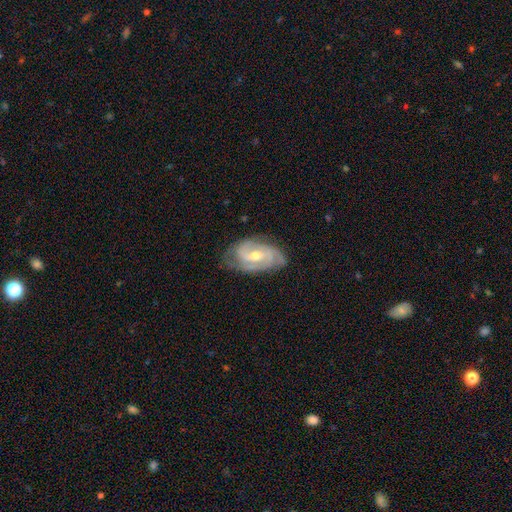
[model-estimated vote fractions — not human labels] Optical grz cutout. It shows a featured or disk galaxy (86%) with no bar (43%), 2 (37%) tight (50%) spiral arms (96%) and a moderate central bulge (55%). Merging: none (71%).